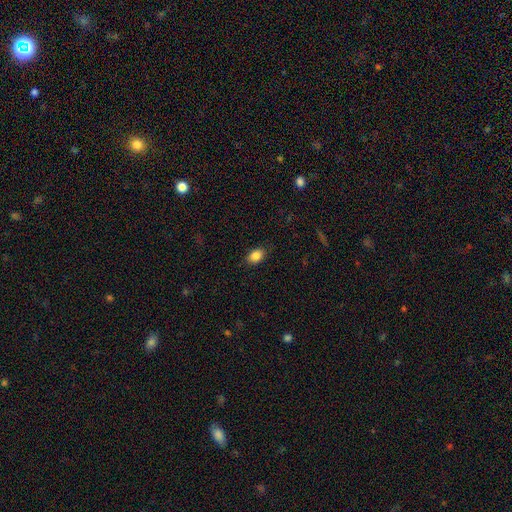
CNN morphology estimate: Smooth or featured: smooth — 86% (star or artifact — 9%)
How rounded: in between — 79% (round — 20%)
Merging: none — 85% (minor disturbance — 11%)